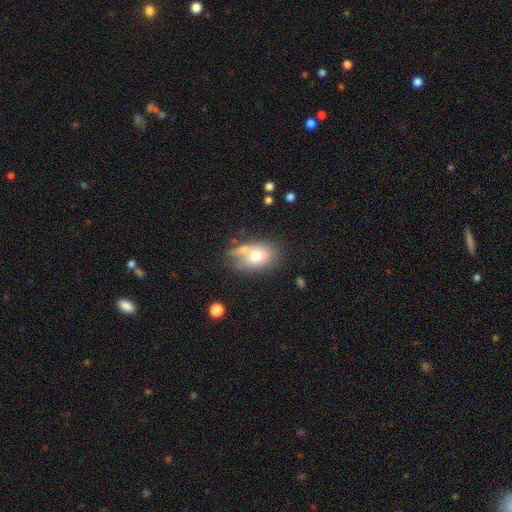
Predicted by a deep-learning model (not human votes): The model was most divided on "merging": none: 39%, merger: 30%, minor disturbance: 21%, major disturbance: 11%. More confident: how rounded — in between (79%); smooth or featured — smooth (62%).